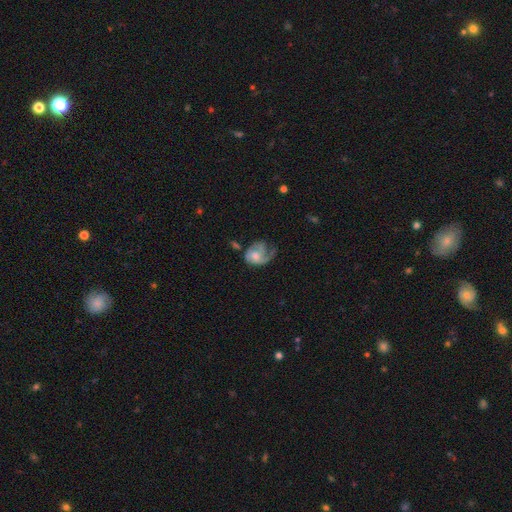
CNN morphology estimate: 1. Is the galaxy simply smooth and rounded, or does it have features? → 63% featured or disk, 30% smooth, 7% star or artifact.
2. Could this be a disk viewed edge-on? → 97% no, 3% yes.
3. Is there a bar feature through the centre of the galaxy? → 73% no, 23% weak, 3% strong.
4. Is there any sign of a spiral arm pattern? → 81% yes, 19% no.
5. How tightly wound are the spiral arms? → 39% medium, 32% tight, 29% loose.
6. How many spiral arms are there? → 43% 1, 26% 2, 18% can't tell, 9% 3, 2% 4, 2% more than 4.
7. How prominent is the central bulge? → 50% moderate, 20% large, 18% small, 10% none, 2% dominant.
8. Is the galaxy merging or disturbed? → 40% major disturbance, 30% none, 25% minor disturbance, 5% merger.